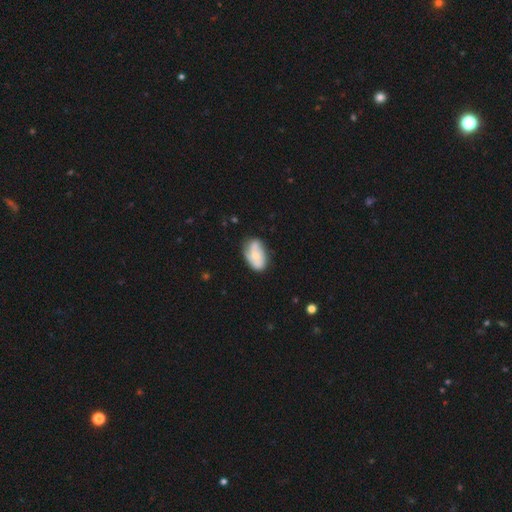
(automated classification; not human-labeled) Q: Smooth or featured?
A: featured or disk (54%); runner-up: smooth (40%)
Q: Edge-on disk?
A: no (96%); runner-up: yes (4%)
Q: Bar?
A: no (71%); runner-up: weak (23%)
Q: Spiral arms?
A: yes (79%); runner-up: no (21%)
Q: Bulge size?
A: small (47%); runner-up: moderate (46%)
Q: Merging?
A: none (65%); runner-up: minor disturbance (25%)